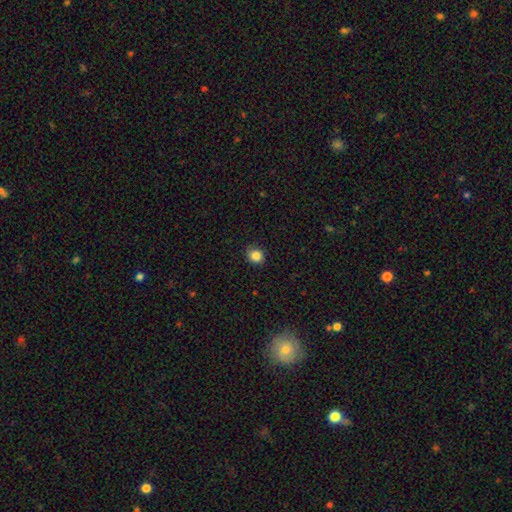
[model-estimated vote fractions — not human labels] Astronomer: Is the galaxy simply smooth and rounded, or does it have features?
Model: smooth — 85%.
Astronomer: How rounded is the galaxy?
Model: round — 82%.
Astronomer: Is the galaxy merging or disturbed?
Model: none — 87%.